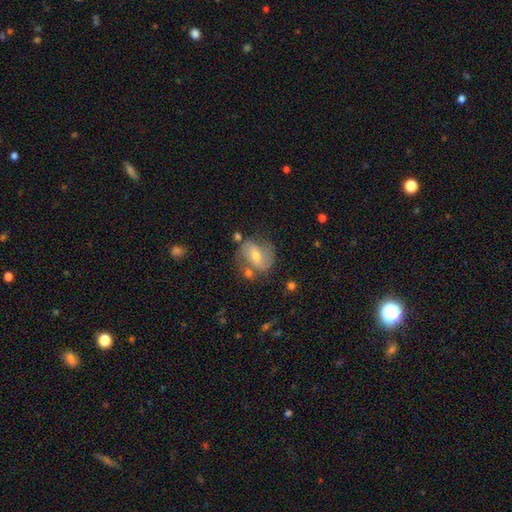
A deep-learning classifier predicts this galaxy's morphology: Q: Smooth or featured?
A: featured or disk (60%); runner-up: smooth (31%)
Q: Edge-on disk?
A: no (95%); runner-up: yes (5%)
Q: Bar?
A: weak (43%); runner-up: no (32%)
Q: Spiral arms?
A: yes (77%); runner-up: no (23%)
Q: Bulge size?
A: moderate (58%); runner-up: small (36%)
Q: Merging?
A: none (56%); runner-up: minor disturbance (21%)